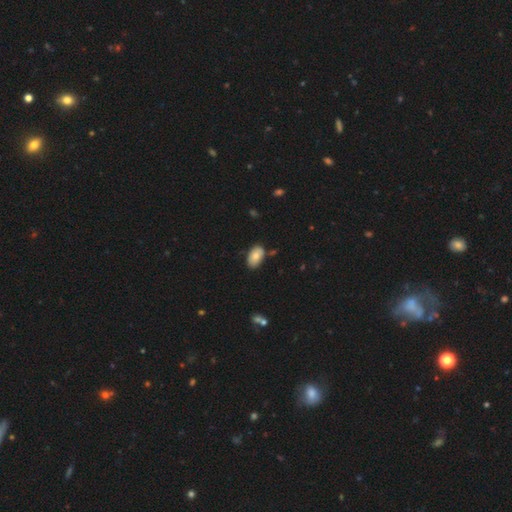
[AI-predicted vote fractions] Smooth or featured? Predicted: smooth (p=0.80). How rounded? Predicted: in between (p=0.93). Merging? Predicted: none (p=0.79).